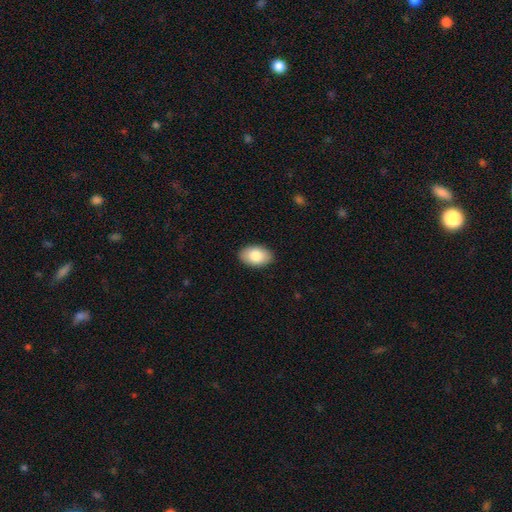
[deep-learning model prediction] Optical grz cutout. It shows a smooth galaxy with no disk features (84%) that is in between round and cigar-shaped (92%). Merging: none (90%).